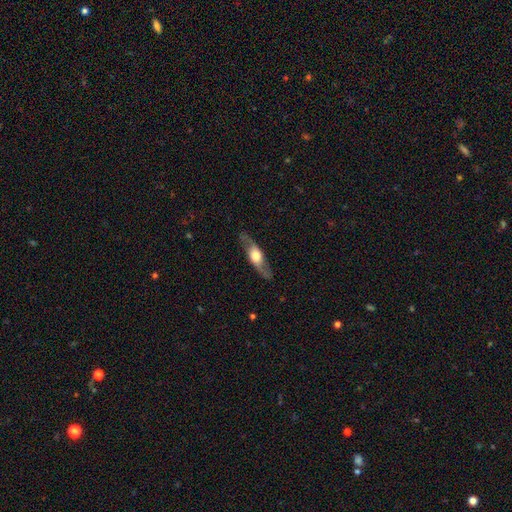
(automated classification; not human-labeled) smooth_or_featured: featured or disk (p=0.66) [alt: smooth p=0.29]
disk_edge_on: yes (p=0.62) [alt: no p=0.38]
merging: none (p=0.82) [alt: minor disturbance p=0.12]